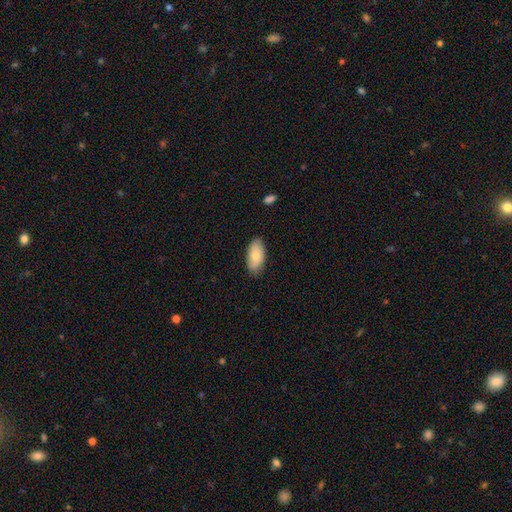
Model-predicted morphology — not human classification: type=smooth (74%); roundness=in between (94%); merging=none (82%).